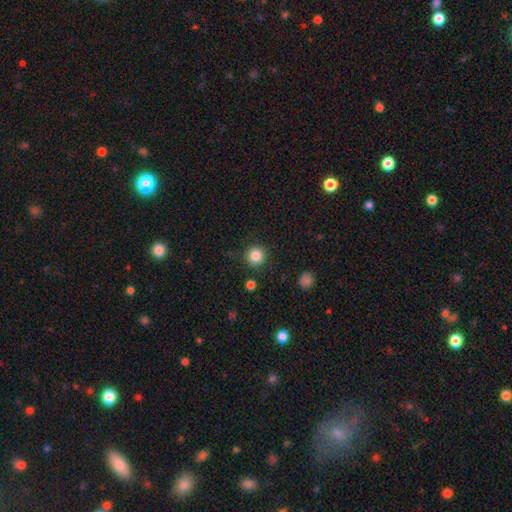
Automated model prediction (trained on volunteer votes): This is clearly a smooth galaxy (85%). How rounded: clearly round (95%). Merging: clearly none (90%).